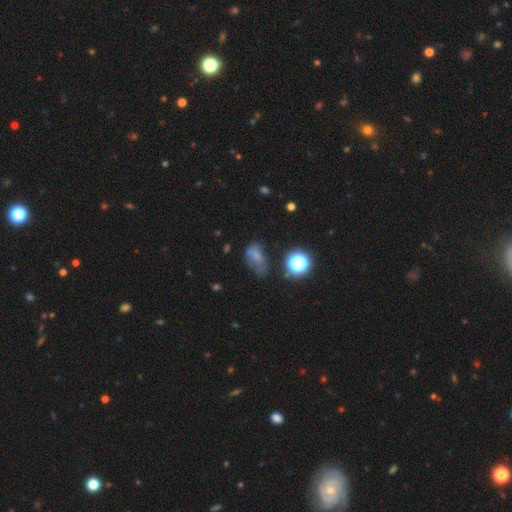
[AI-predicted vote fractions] Smooth or featured? smooth (60%)
How rounded? in between (79%)
Merging? none (35%)